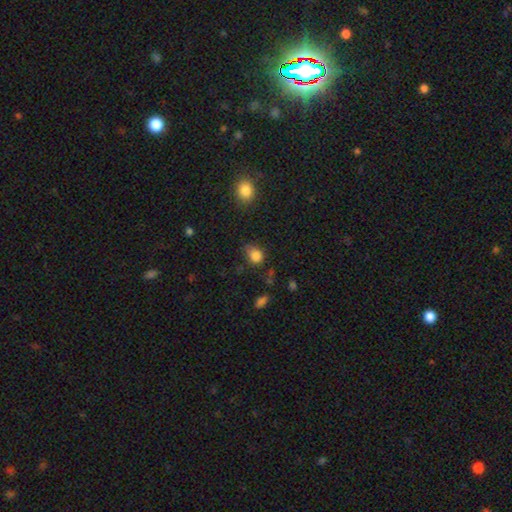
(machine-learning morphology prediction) smooth 83%, star or artifact 11%, featured or disk 6%. Down the decision tree: how rounded — round (50%); merging — none (49%).